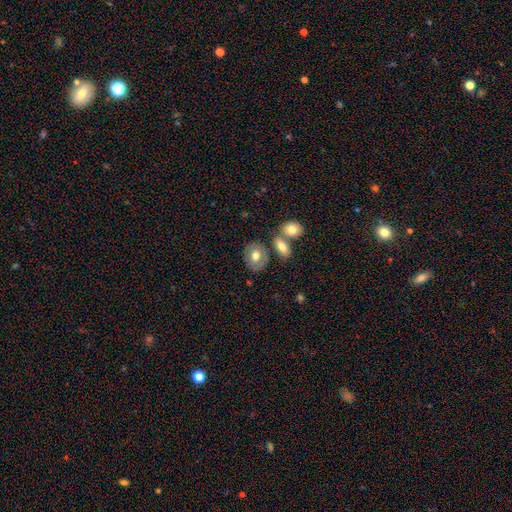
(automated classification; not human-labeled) smooth 72%, featured or disk 21%, star or artifact 7%. Down the decision tree: how rounded — in between (59%); merging — none (68%).